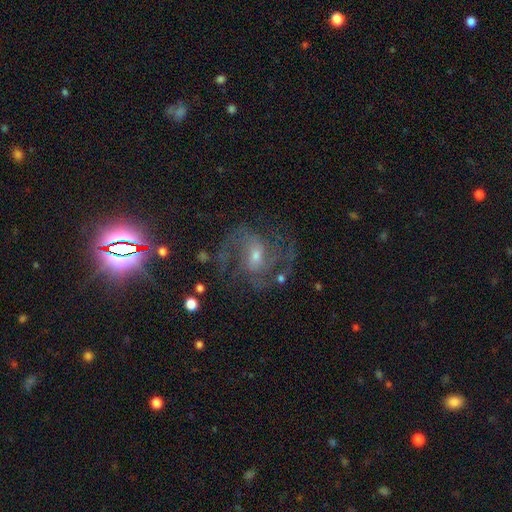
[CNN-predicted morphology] Q: Smooth or featured?
A: featured or disk (84%); runner-up: star or artifact (9%)
Q: Edge-on disk?
A: no (98%); runner-up: yes (2%)
Q: Bar?
A: weak (51%); runner-up: no (32%)
Q: Spiral arms?
A: yes (96%); runner-up: no (4%)
Q: Spiral winding?
A: medium (58%); runner-up: tight (22%)
Q: Spiral arm count?
A: 2 (63%); runner-up: 3 (14%)
Q: Bulge size?
A: small (54%); runner-up: moderate (39%)
Q: Merging?
A: none (67%); runner-up: minor disturbance (16%)